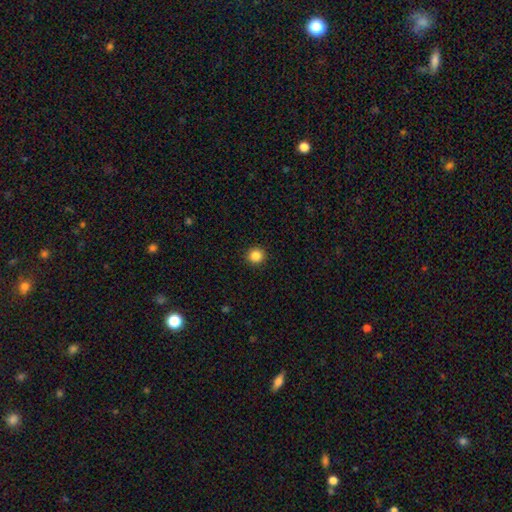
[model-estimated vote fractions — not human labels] smooth_or_featured: smooth (p=0.85) [alt: star or artifact p=0.11]
how_rounded: round (p=0.93) [alt: in between p=0.06]
merging: none (p=0.93) [alt: minor disturbance p=0.05]